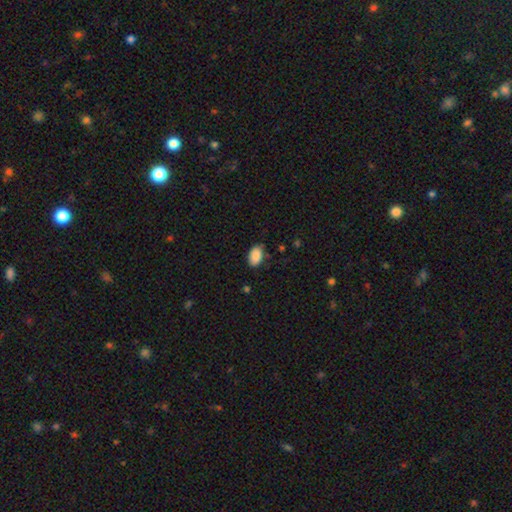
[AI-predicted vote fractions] This is clearly a smooth galaxy (90%). How rounded: clearly in between (93%). Merging: likely none (80%).